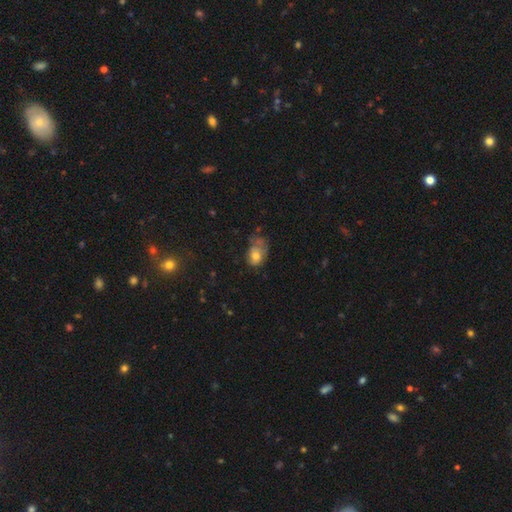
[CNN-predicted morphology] Q: Smooth or featured?
A: smooth (63%); runner-up: featured or disk (27%)
Q: How rounded?
A: in between (69%); runner-up: round (29%)
Q: Merging?
A: major disturbance (34%); runner-up: minor disturbance (32%)